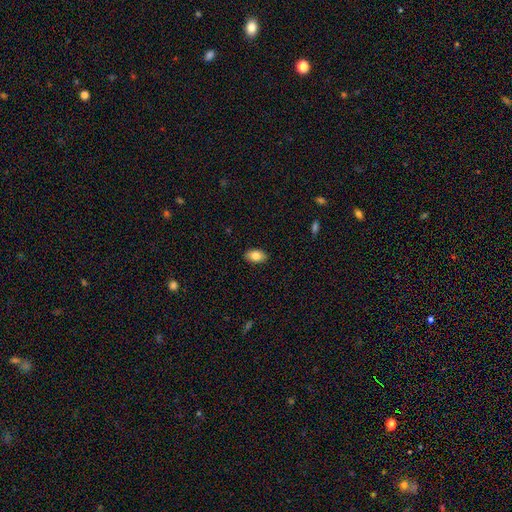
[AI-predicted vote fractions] Overall: smooth (82%). How rounded: in between (92%). Merging: none (89%).